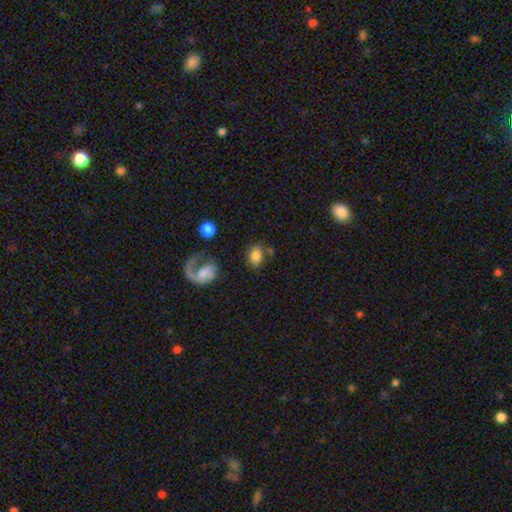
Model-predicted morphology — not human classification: A smooth galaxy with no disk features (79%) that is in between round and cigar-shaped (69%). Merging: none (66%).